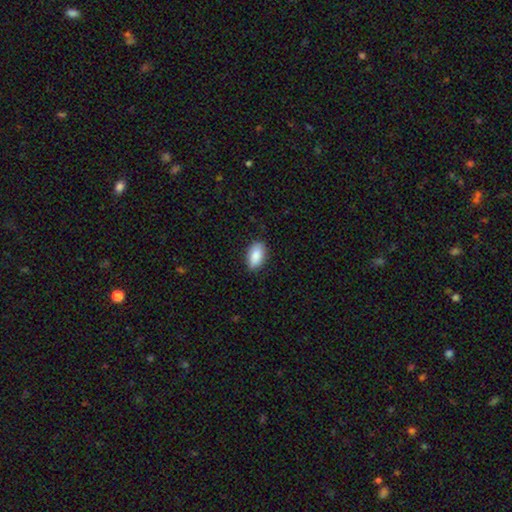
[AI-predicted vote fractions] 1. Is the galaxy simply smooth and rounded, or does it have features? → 88% smooth, 6% star or artifact, 5% featured or disk.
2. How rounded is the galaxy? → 93% in between, 4% round, 3% cigar-shaped.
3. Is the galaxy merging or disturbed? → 87% none, 10% minor disturbance, 2% major disturbance, 1% merger.